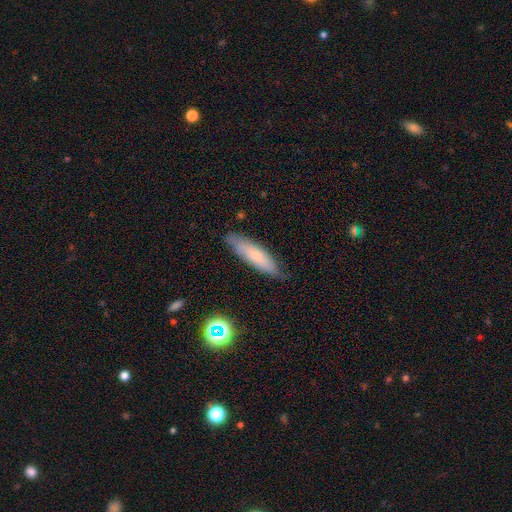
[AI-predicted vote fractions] A smooth galaxy with no disk features (67%) that is cigar-shaped (66%). Merging: none (78%).